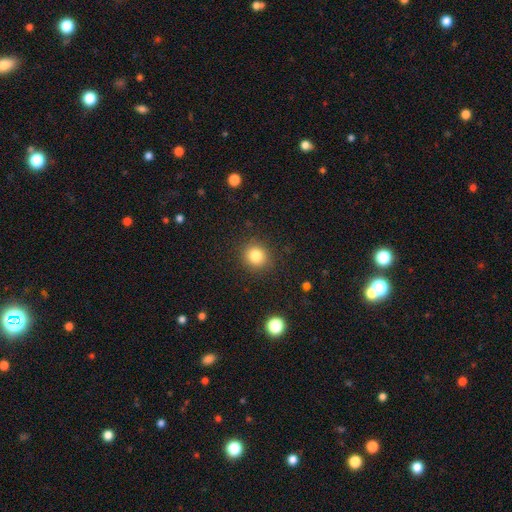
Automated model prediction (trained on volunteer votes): A smooth galaxy with no disk features (82%) that is round (86%). Merging: none (89%).